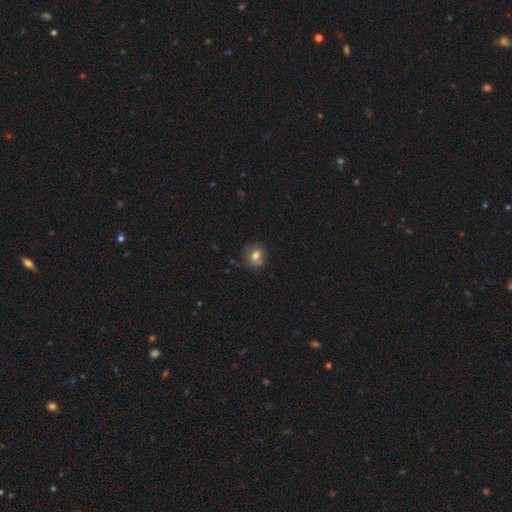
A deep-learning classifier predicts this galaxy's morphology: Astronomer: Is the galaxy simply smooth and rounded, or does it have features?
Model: smooth — 71%.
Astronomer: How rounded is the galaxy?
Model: round — 69%.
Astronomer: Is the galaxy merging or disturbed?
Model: none — 57%.